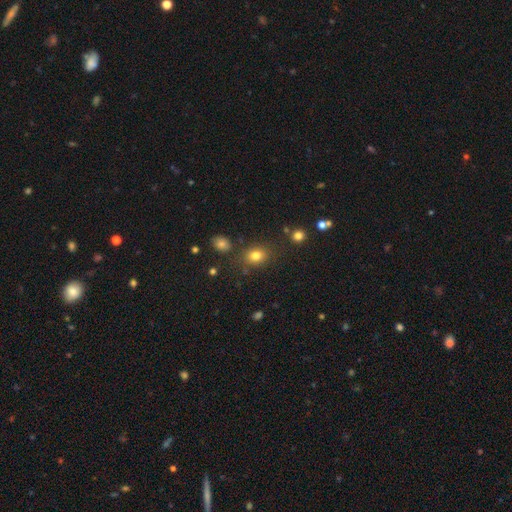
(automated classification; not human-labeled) smooth_or_featured: smooth (p=0.80) [alt: star or artifact p=0.13]
how_rounded: in between (p=0.54) [alt: round p=0.45]
merging: none (p=0.78) [alt: minor disturbance p=0.12]